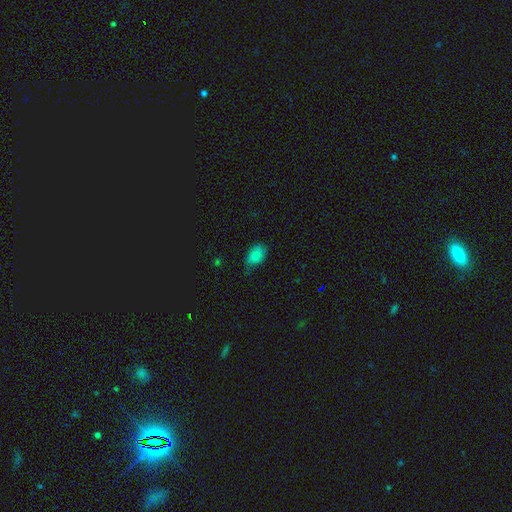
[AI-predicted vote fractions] Smooth or featured: smooth — 82% (star or artifact — 10%)
How rounded: in between — 83% (round — 16%)
Merging: none — 55% (minor disturbance — 36%)